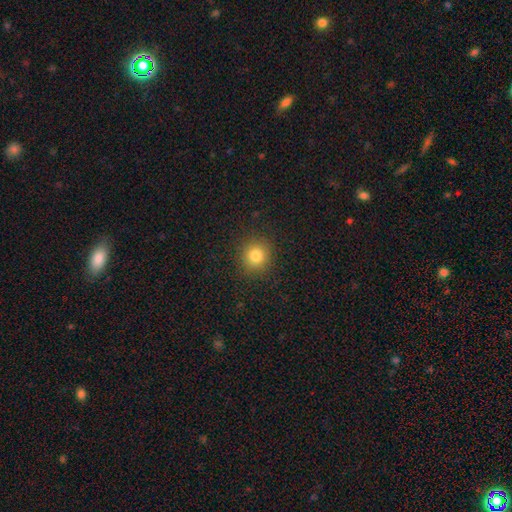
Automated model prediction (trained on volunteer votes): A smooth galaxy with no disk features (81%) that is round (90%). Merging: none (90%).